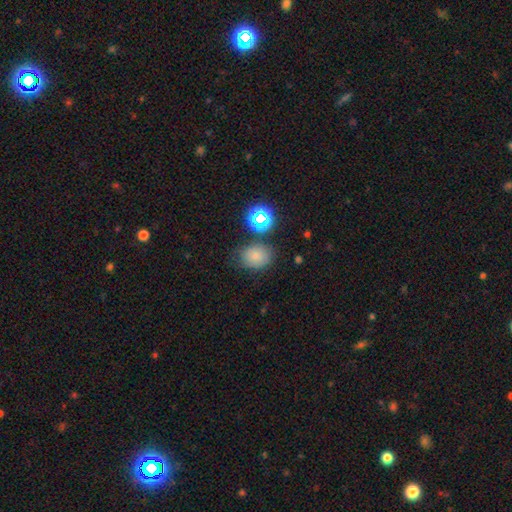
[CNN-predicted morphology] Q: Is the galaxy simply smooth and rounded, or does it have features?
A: smooth — 73%.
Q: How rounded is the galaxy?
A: in between — 54%.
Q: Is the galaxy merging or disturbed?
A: none — 70%.